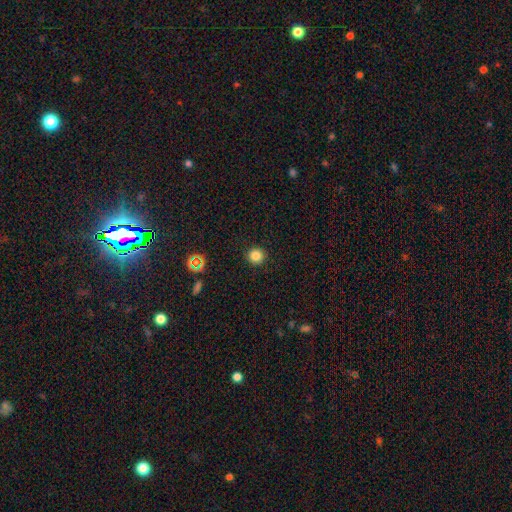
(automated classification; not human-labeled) The model was most divided on "smooth or featured": smooth: 83%, star or artifact: 13%, featured or disk: 4%. More confident: how rounded — round (93%); merging — none (92%).